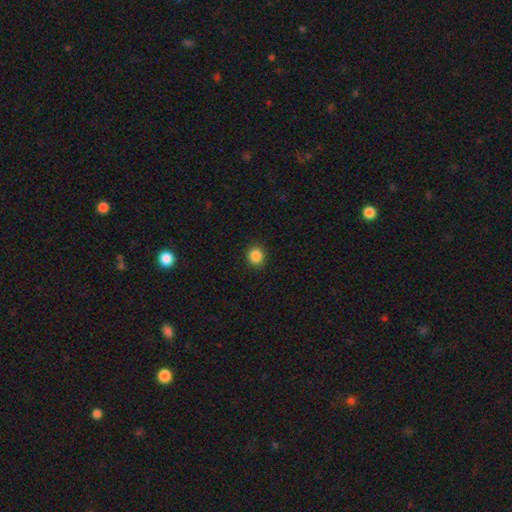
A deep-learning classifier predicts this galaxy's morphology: This is clearly a smooth galaxy (87%). How rounded: clearly round (83%). Merging: clearly none (92%).